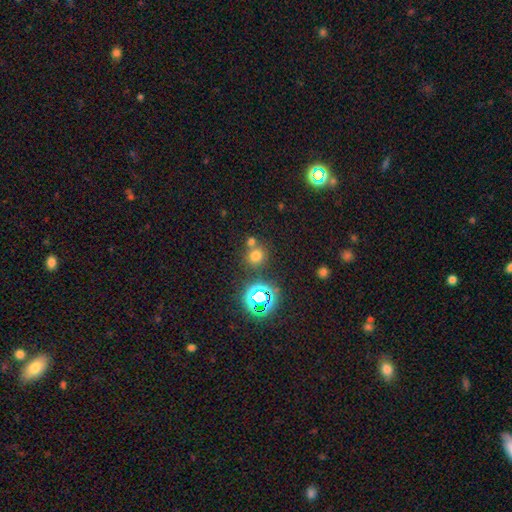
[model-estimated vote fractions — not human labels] smooth_or_featured: smooth (p=0.65) [alt: star or artifact p=0.27]
how_rounded: round (p=0.88) [alt: in between p=0.11]
merging: none (p=0.67) [alt: merger p=0.22]